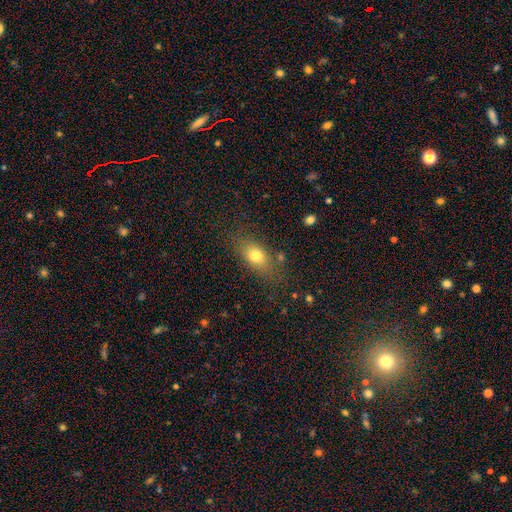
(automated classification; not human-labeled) smooth 75%, featured or disk 14%, star or artifact 10%. Down the decision tree: how rounded — in between (76%); merging — none (75%).